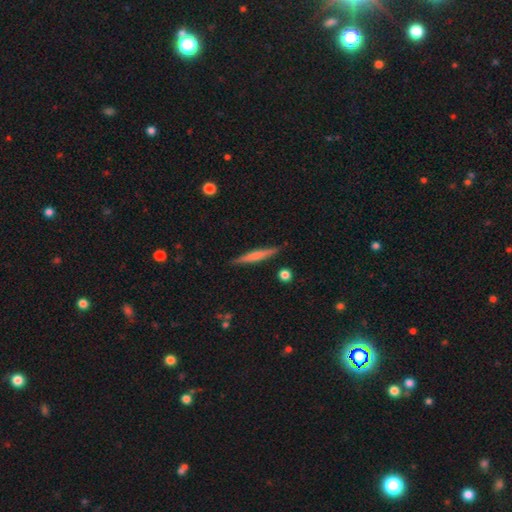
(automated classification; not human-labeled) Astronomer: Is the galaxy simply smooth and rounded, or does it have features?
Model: smooth — 53% (runner-up: featured or disk, 42%).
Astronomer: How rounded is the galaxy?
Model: cigar-shaped — 94%.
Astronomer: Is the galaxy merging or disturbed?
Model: none — 89%.